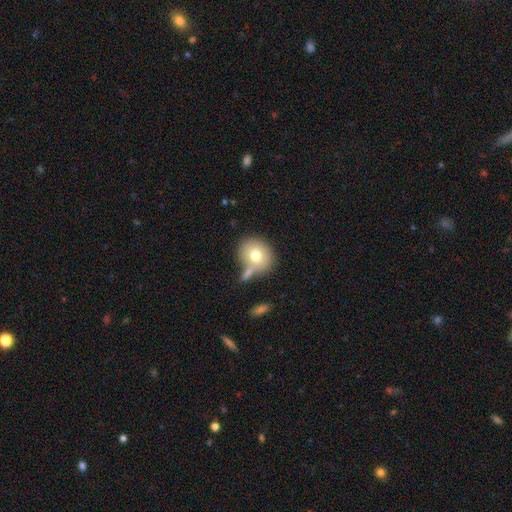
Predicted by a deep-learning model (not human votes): Overall: smooth (71%). How rounded: round (74%). Merging: none (57%; merger 22%).